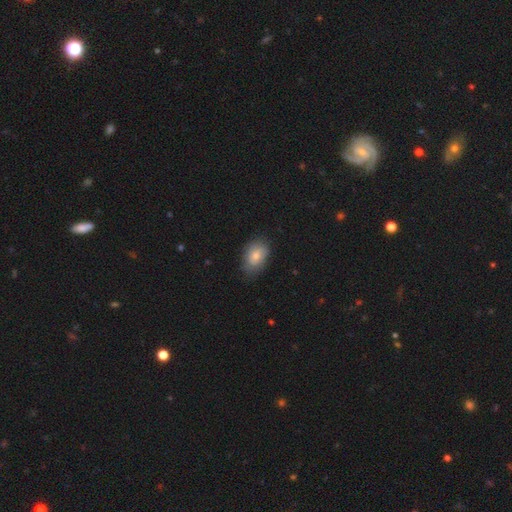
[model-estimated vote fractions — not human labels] This appears to be a smooth galaxy with no disk features (73%) that is in between round and cigar-shaped (85%). Merging: none (71%).